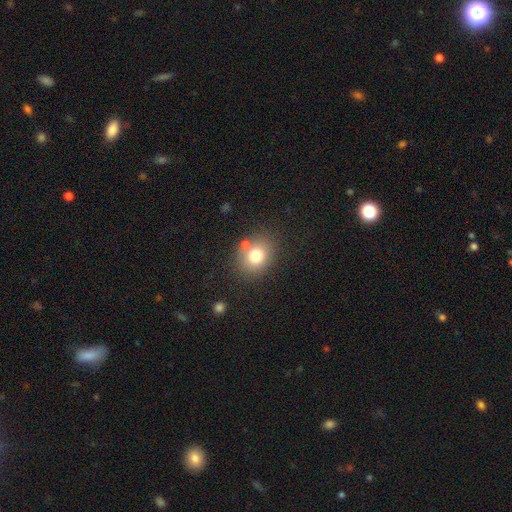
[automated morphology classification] Smooth or featured: smooth — 76% (featured or disk — 12%)
How rounded: round — 63% (in between — 36%)
Merging: none — 72% (minor disturbance — 12%)